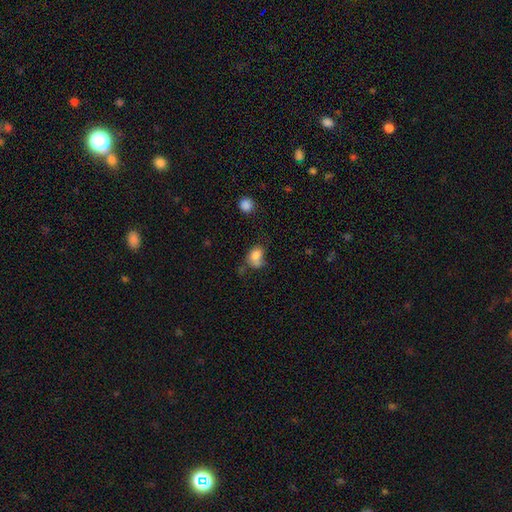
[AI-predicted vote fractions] Q: Smooth or featured?
A: smooth (79%); runner-up: star or artifact (10%)
Q: How rounded?
A: in between (58%); runner-up: round (40%)
Q: Merging?
A: none (37%); runner-up: minor disturbance (26%)